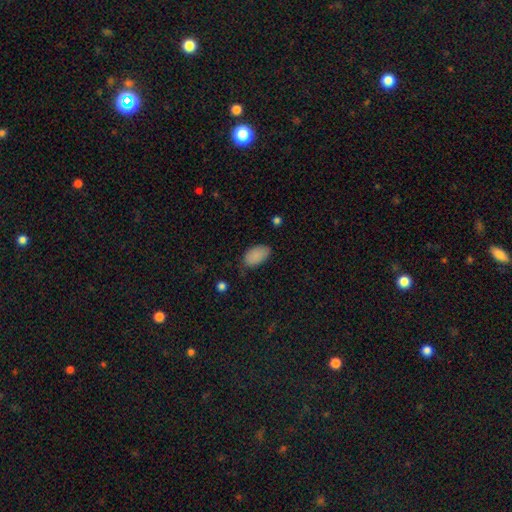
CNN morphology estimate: smooth 87%, star or artifact 8%, featured or disk 5%. Down the decision tree: how rounded — in between (94%); merging — none (67%).